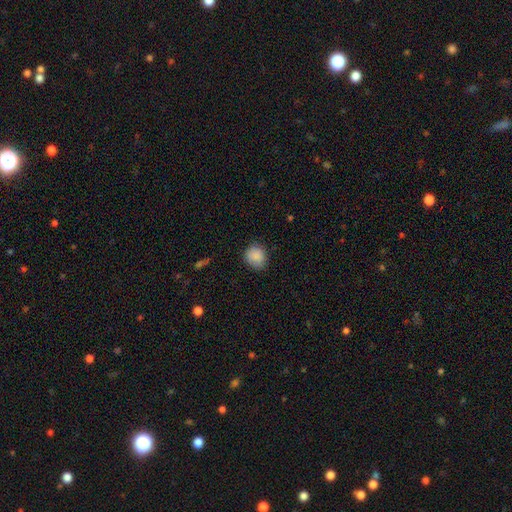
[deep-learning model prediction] Smooth or featured: smooth — 87% (star or artifact — 8%)
How rounded: round — 75% (in between — 24%)
Merging: none — 77% (minor disturbance — 19%)